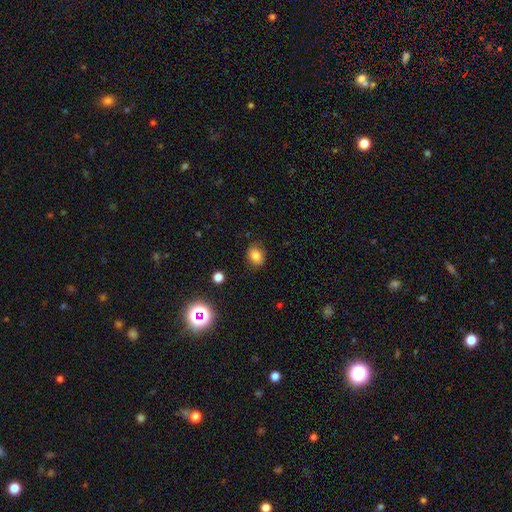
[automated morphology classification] Q: Smooth or featured?
A: smooth (81%); runner-up: star or artifact (11%)
Q: How rounded?
A: in between (59%); runner-up: round (40%)
Q: Merging?
A: none (81%); runner-up: minor disturbance (14%)